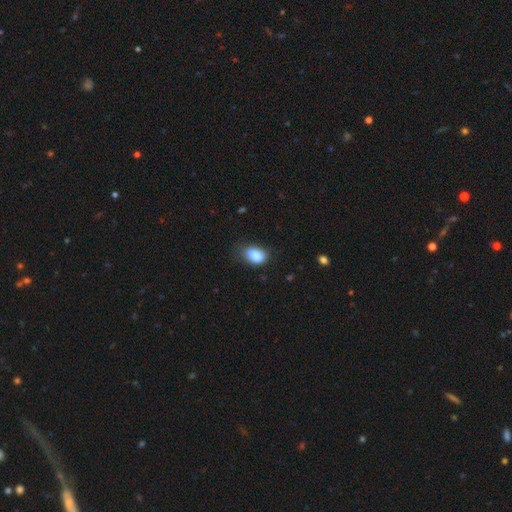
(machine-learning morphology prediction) Smooth or featured? Predicted: smooth (p=0.84). How rounded? Predicted: in between (p=0.83). Merging? Predicted: none (p=0.56).